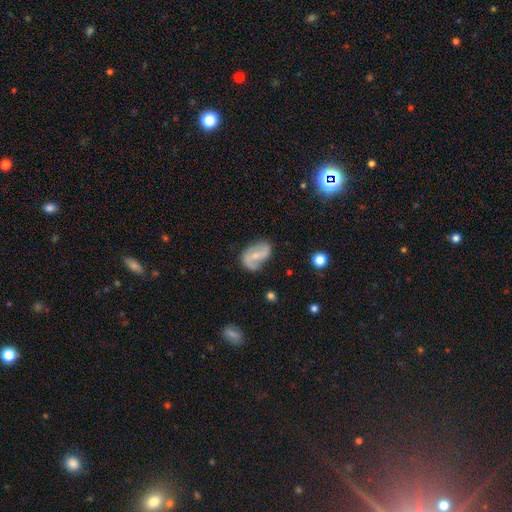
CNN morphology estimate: The model was most divided on "bar": weak: 41%, no: 32%, strong: 27%. More confident: edge-on disk — no (96%); spiral arm count — 2 (84%); spiral arms — yes (82%); smooth or featured — featured or disk (65%); merging — none (64%); bulge size — small (58%); spiral winding — loose (51%).